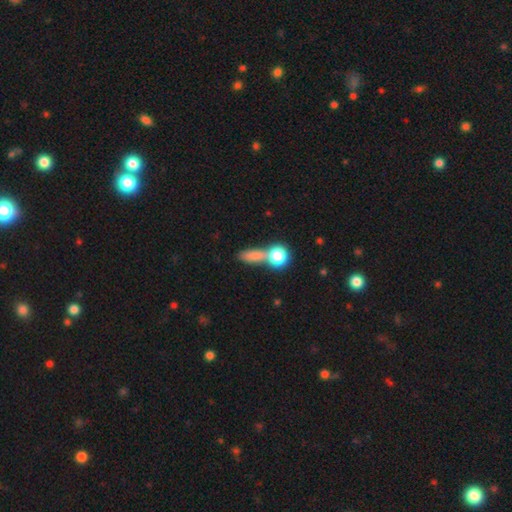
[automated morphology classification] smooth-or-featured: smooth: 75% | star or artifact: 13% | featured or disk: 12%
  how-rounded: in between: 38% | round: 32% | cigar-shaped: 30%
  merging: none: 44% | merger: 36% | minor disturbance: 12% | major disturbance: 8%